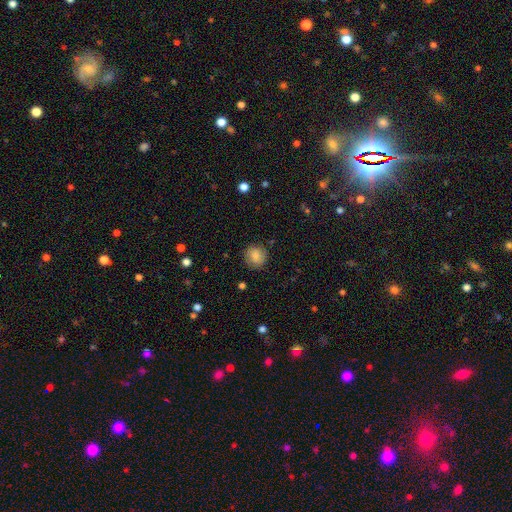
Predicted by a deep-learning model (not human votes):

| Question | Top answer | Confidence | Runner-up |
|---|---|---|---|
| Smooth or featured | smooth | 83% | star or artifact (9%) |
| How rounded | round | 86% | in between (13%) |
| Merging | none | 86% | minor disturbance (10%) |